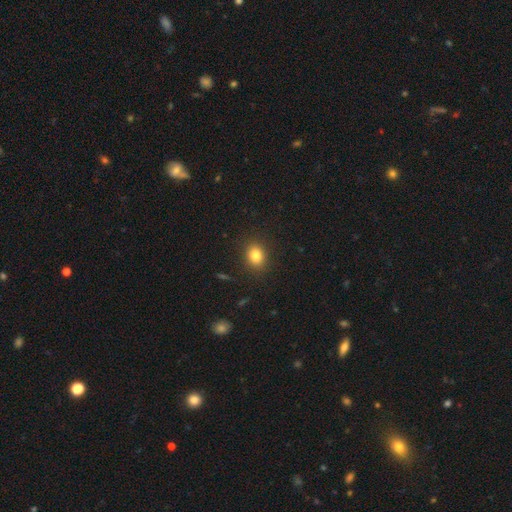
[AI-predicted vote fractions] This appears to be a smooth galaxy with no disk features (83%) that is round (51%). Merging: none (88%).